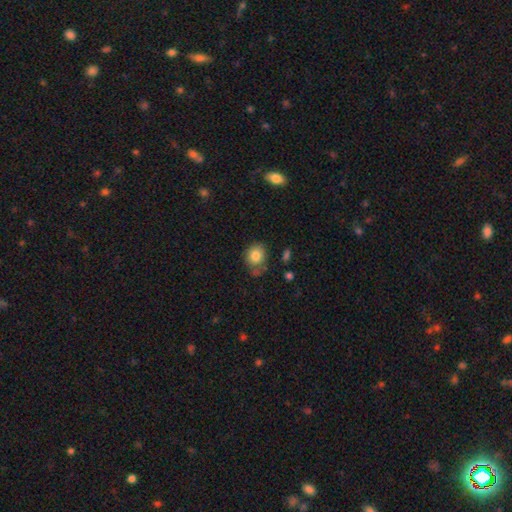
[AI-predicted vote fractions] This is likely a smooth galaxy (80%). How rounded: possibly round (51%). Merging: possibly none (55%).